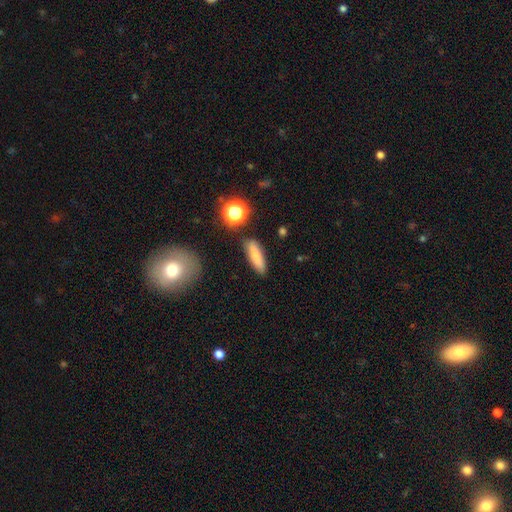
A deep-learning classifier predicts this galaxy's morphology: Q: Smooth or featured?
A: smooth (78%); runner-up: featured or disk (12%)
Q: How rounded?
A: cigar-shaped (58%); runner-up: in between (37%)
Q: Merging?
A: none (82%); runner-up: minor disturbance (11%)